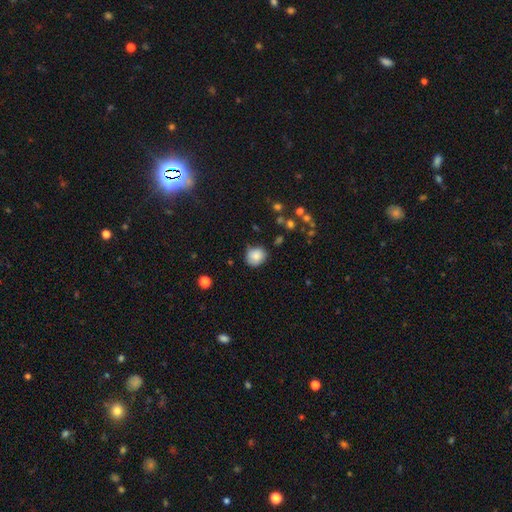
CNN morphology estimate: smooth 84%, star or artifact 9%, featured or disk 7%. Down the decision tree: how rounded — round (73%); merging — none (71%).